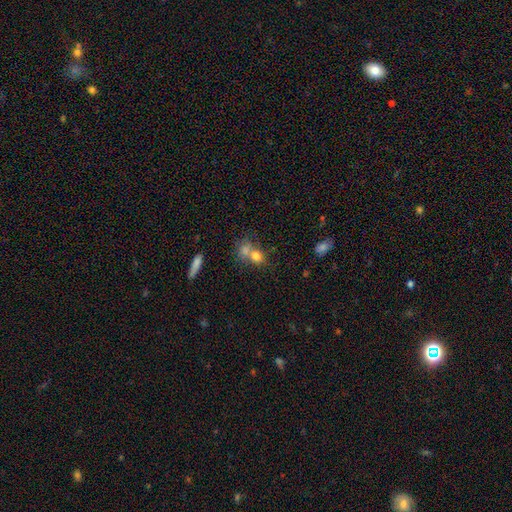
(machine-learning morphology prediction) Smooth or featured? smooth (74%)
How rounded? round (60%)
Merging? merger (54%)